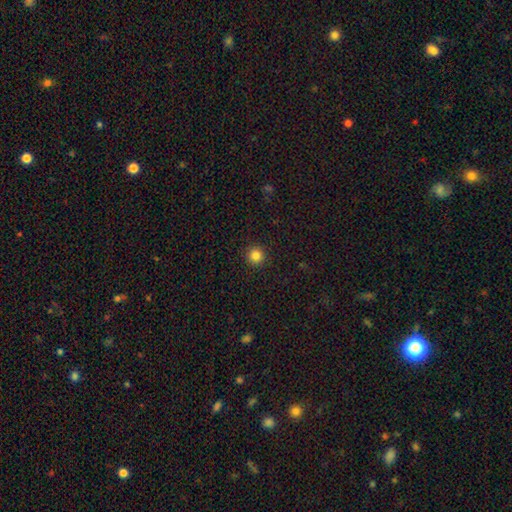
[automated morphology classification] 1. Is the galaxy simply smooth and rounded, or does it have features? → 84% smooth, 12% star or artifact, 4% featured or disk.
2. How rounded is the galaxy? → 96% round, 3% in between, 1% cigar-shaped.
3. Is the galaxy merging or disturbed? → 93% none, 4% minor disturbance, 2% major disturbance, 1% merger.